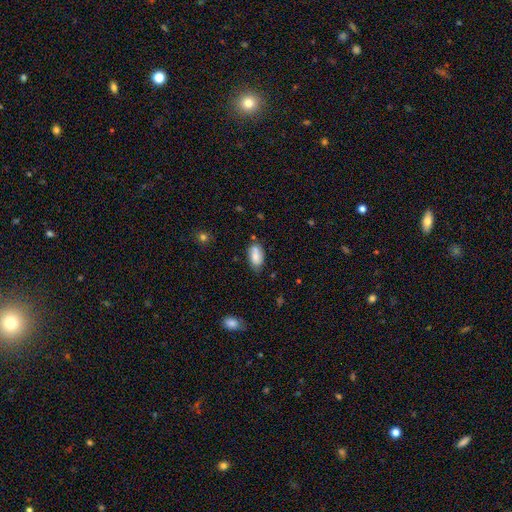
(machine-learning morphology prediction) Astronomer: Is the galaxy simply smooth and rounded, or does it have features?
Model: smooth — 74%.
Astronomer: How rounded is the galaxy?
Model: in between — 92%.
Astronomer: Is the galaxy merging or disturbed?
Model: none — 71%.